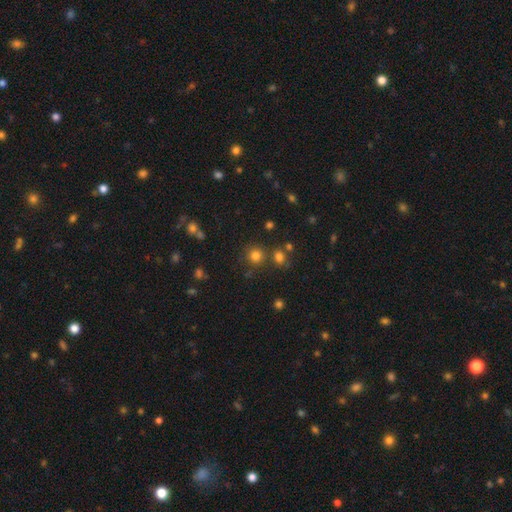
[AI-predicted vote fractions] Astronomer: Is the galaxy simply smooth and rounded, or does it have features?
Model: smooth — 78%.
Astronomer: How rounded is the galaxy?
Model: round — 92%.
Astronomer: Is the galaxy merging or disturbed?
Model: none — 79%.